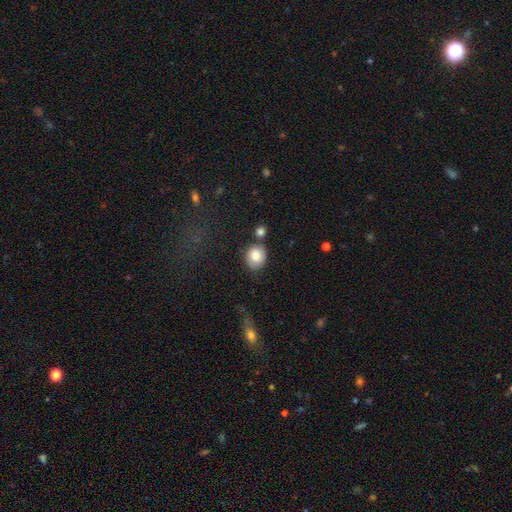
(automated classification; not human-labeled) This appears to be a smooth galaxy with no disk features (82%) that is round (71%). Merging: none (68%).